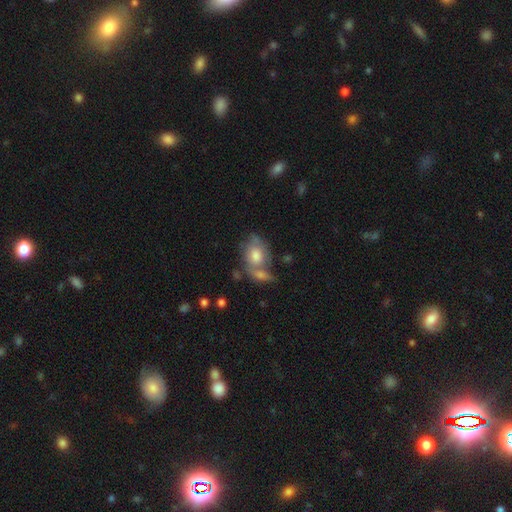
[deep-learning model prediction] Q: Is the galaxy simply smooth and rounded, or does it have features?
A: smooth — 63%.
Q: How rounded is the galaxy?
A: in between — 66%.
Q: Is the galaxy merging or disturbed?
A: none — 38%.